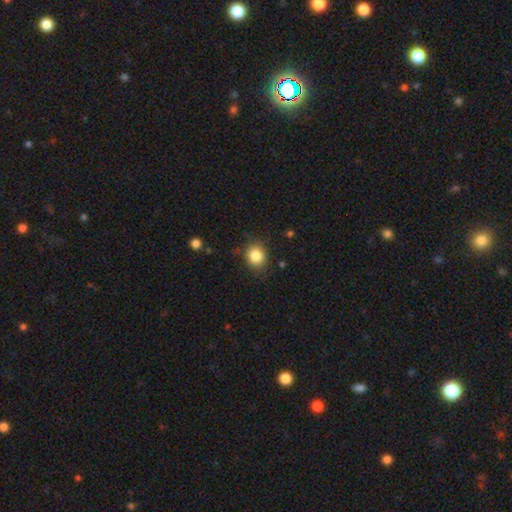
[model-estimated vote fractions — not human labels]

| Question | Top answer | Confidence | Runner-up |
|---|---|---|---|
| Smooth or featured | smooth | 84% | star or artifact (10%) |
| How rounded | round | 68% | in between (31%) |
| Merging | none | 82% | minor disturbance (13%) |